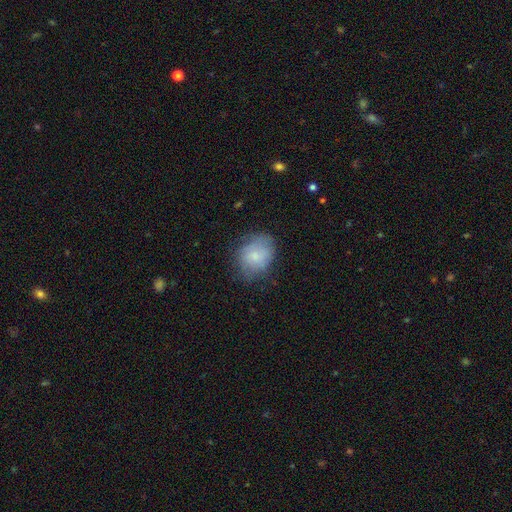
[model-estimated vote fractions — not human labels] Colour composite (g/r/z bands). It shows a smooth galaxy with no disk features (70%) that is in between round and cigar-shaped (50%). Merging: none (62%).